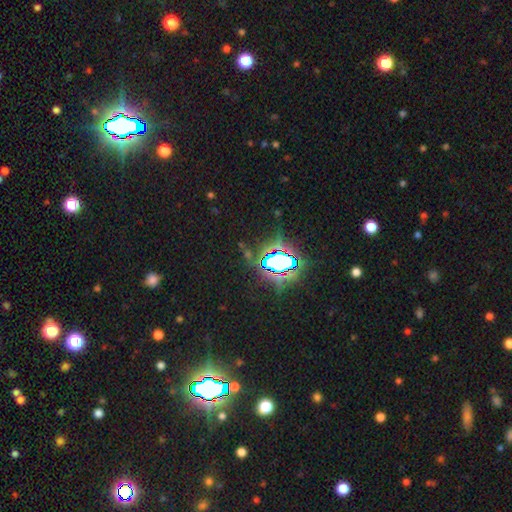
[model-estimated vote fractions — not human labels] Smooth or featured? Predicted: star or artifact (p=0.82).